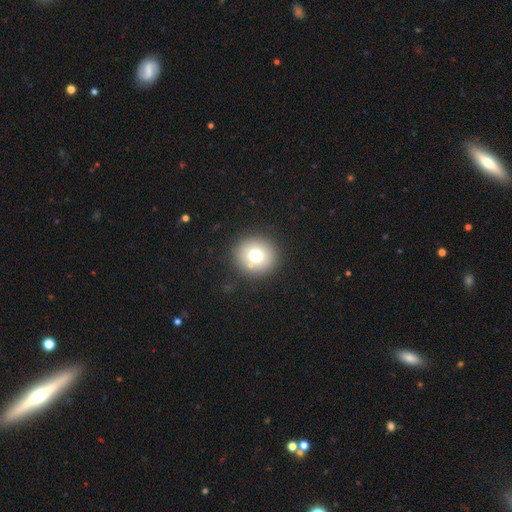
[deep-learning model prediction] Smooth or featured? Predicted: smooth (p=0.73). How rounded? Predicted: round (p=0.88). Merging? Predicted: none (p=0.84).